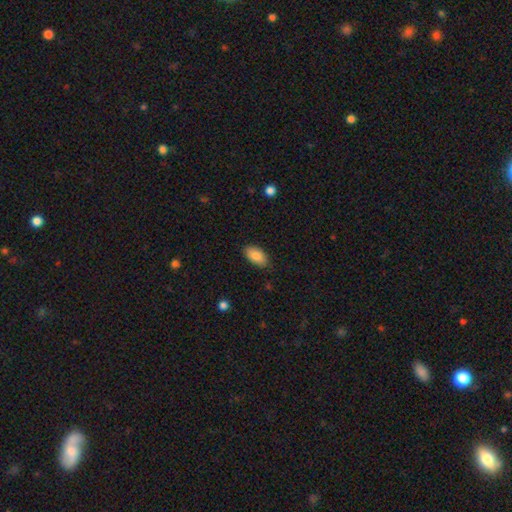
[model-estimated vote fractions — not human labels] smooth 86%, featured or disk 7%, star or artifact 7%. Down the decision tree: how rounded — in between (94%); merging — none (82%).